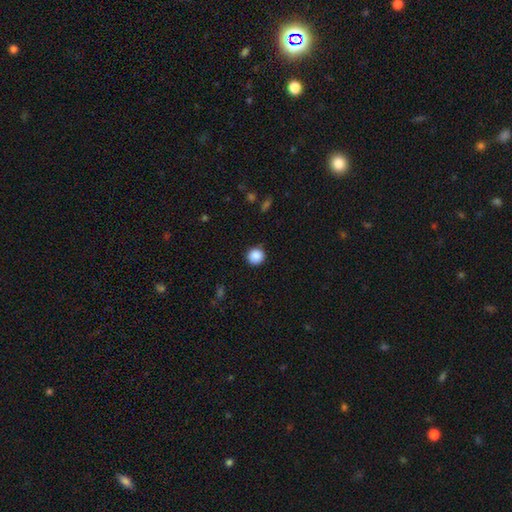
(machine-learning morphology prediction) Q: Smooth or featured?
A: smooth (88%); runner-up: star or artifact (9%)
Q: How rounded?
A: round (93%); runner-up: in between (6%)
Q: Merging?
A: none (89%); runner-up: minor disturbance (8%)